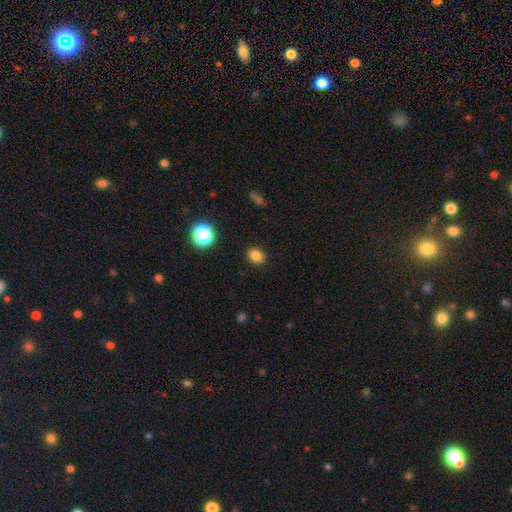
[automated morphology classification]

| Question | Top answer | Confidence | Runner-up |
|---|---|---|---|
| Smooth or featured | smooth | 82% | star or artifact (14%) |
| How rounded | in between | 52% | round (47%) |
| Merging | none | 89% | minor disturbance (8%) |